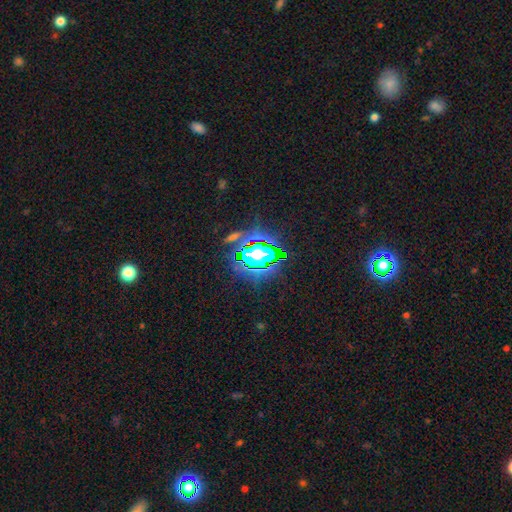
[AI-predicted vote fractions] Q: Smooth or featured?
A: star or artifact (81%); runner-up: smooth (12%)